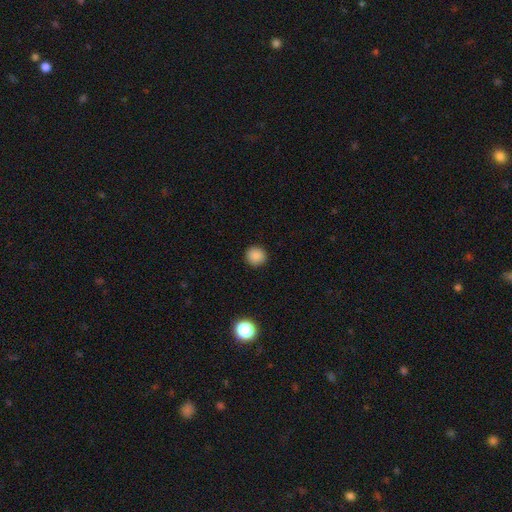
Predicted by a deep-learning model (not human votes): A smooth galaxy with no disk features (87%) that is round (92%). Merging: none (92%).